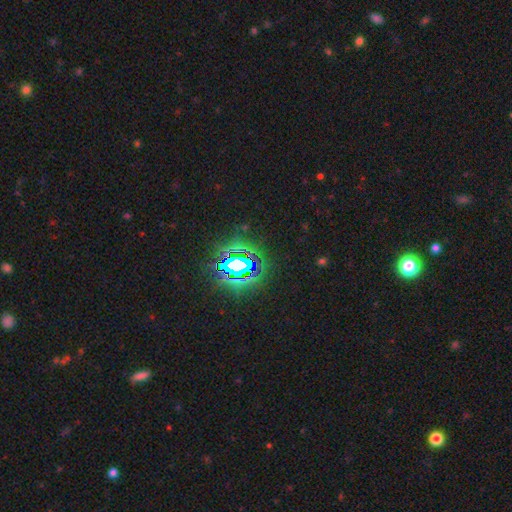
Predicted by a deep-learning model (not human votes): Smooth or featured: star or artifact — 85% (smooth — 9%)